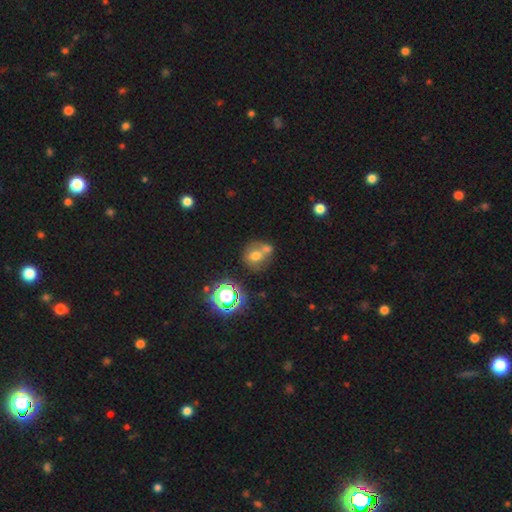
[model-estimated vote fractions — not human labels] A smooth galaxy with no disk features (61%) that is round (76%).

Vote fractions:
- Smooth or featured? smooth: 61% / star or artifact: 20% / featured or disk: 18%
- How rounded? round: 76% / in between: 23% / cigar-shaped: 1%
- Merging? merger: 44% / none: 40% / minor disturbance: 11% / major disturbance: 5%